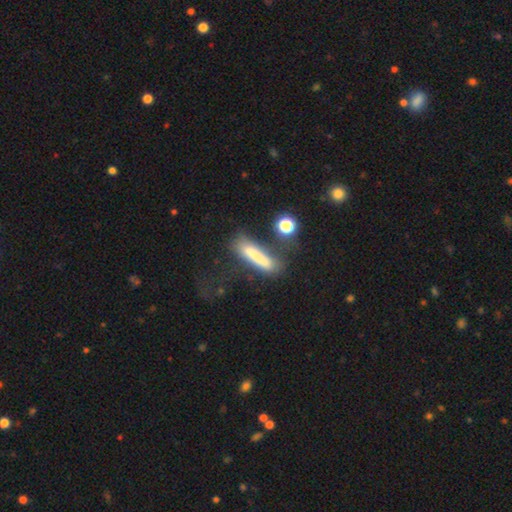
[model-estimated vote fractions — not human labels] Smooth or featured?
  - smooth: 68% *
  - featured or disk: 23%
  - star or artifact: 10%
How rounded?
  - cigar-shaped: 85% *
  - in between: 13%
  - round: 2%
Merging?
  - none: 50% *
  - minor disturbance: 21%
  - major disturbance: 18%
  - merger: 10%